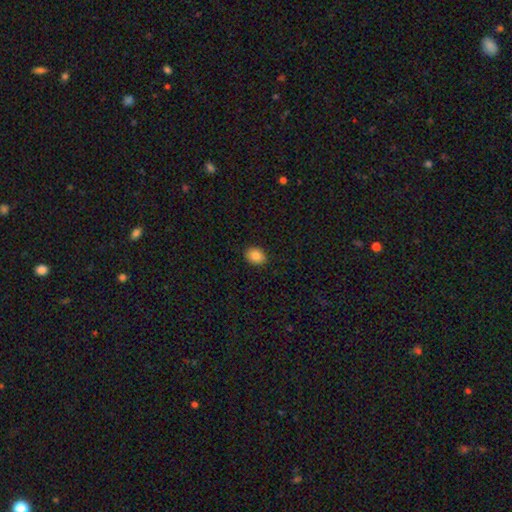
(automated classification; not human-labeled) Q: Smooth or featured?
A: smooth (86%); runner-up: star or artifact (9%)
Q: How rounded?
A: in between (64%); runner-up: round (35%)
Q: Merging?
A: none (89%); runner-up: minor disturbance (8%)